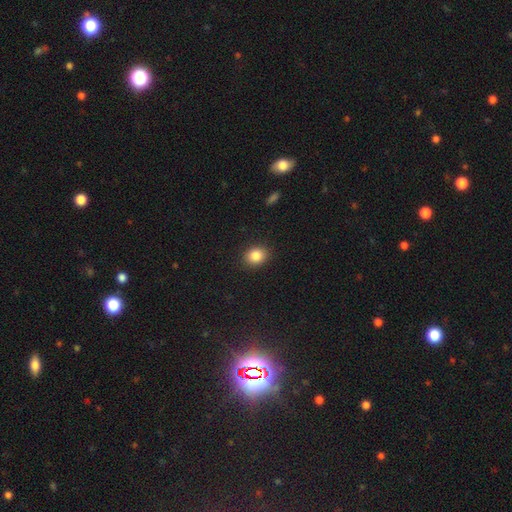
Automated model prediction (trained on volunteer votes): Smooth or featured?
  - smooth: 86% *
  - star or artifact: 9%
  - featured or disk: 5%
How rounded?
  - round: 58% *
  - in between: 41%
  - cigar-shaped: 1%
Merging?
  - none: 89% *
  - minor disturbance: 8%
  - major disturbance: 2%
  - merger: 1%